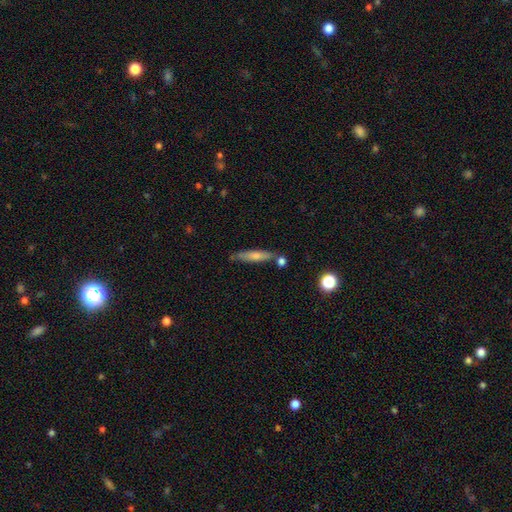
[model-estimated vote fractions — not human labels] Smooth or featured? smooth (64%)
How rounded? cigar-shaped (86%)
Merging? none (70%)